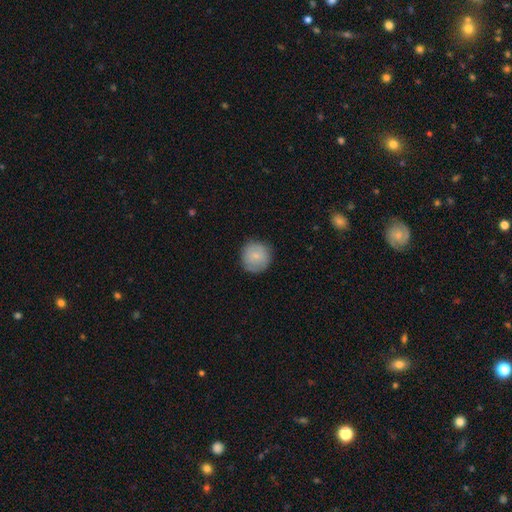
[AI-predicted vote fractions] This appears to be a smooth galaxy with no disk features (82%) that is round (94%). Merging: none (85%).